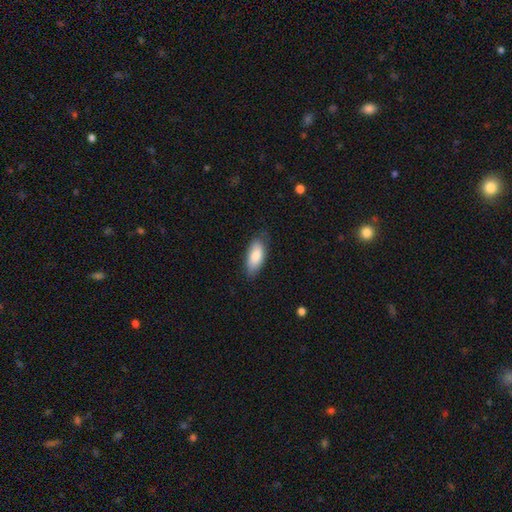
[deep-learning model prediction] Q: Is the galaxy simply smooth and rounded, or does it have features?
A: smooth — 84%.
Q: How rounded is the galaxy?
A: in between — 85%.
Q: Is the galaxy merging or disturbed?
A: none — 76%.